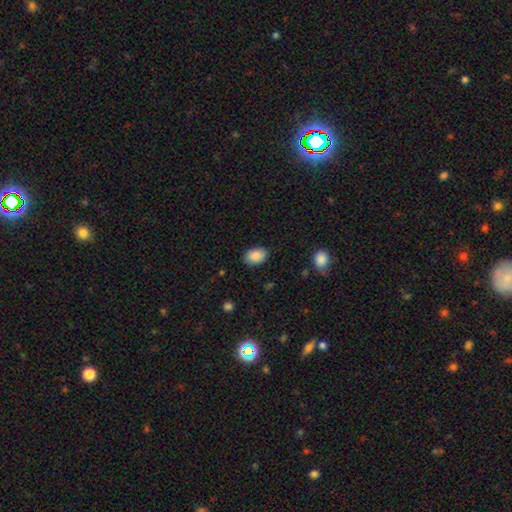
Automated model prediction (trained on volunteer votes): Smooth or featured?
  - smooth: 87% *
  - star or artifact: 7%
  - featured or disk: 5%
How rounded?
  - in between: 83% *
  - round: 16%
  - cigar-shaped: 1%
Merging?
  - none: 86% *
  - minor disturbance: 11%
  - major disturbance: 2%
  - merger: 1%